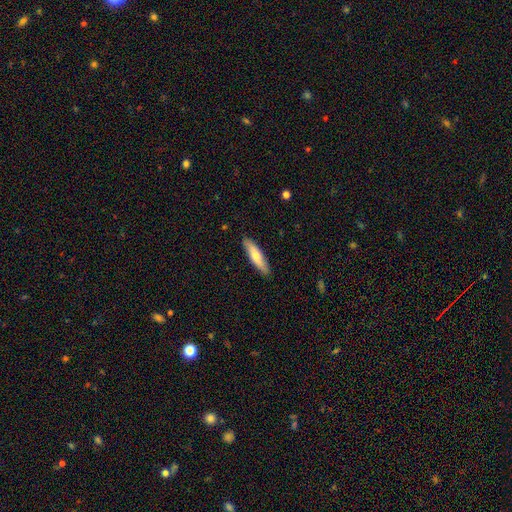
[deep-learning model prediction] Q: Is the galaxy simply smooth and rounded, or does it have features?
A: smooth — 68%.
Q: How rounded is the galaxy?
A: cigar-shaped — 73%.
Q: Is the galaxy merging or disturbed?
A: none — 88%.